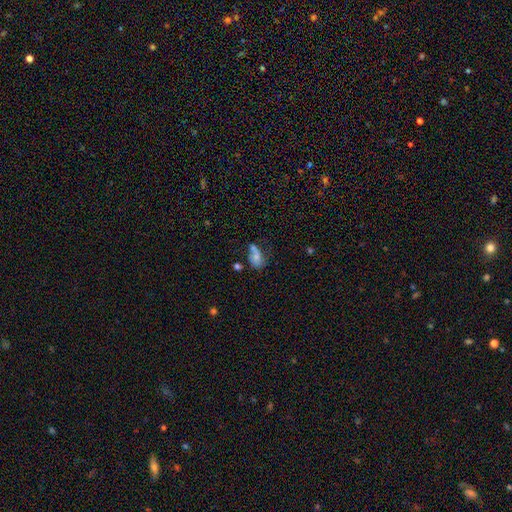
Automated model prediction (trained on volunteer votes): Morphology: type=smooth (65%); roundness=in between (83%); merging=none (30%).